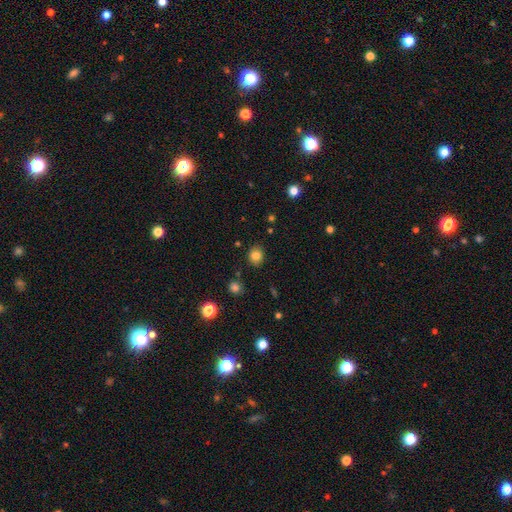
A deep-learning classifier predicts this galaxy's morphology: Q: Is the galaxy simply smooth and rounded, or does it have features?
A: smooth — 82%.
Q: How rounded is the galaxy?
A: round — 76%.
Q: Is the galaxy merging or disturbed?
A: none — 86%.